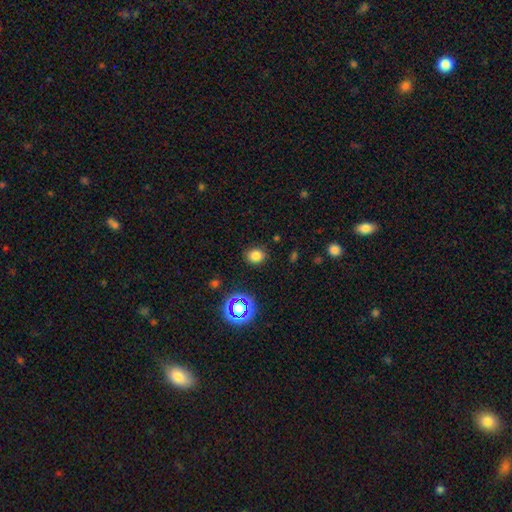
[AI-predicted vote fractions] This appears to be a smooth galaxy with no disk features (78%) that is round (62%). Merging: none (87%).